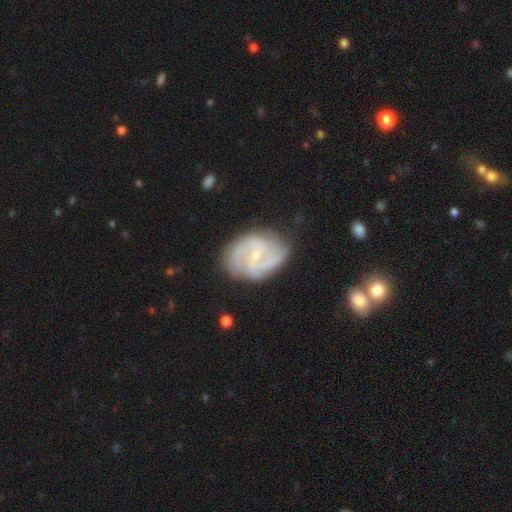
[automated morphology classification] Smooth or featured?
  - featured or disk: 86% *
  - smooth: 9%
  - star or artifact: 5%
Edge-on disk?
  - no: 97% *
  - yes: 3%
Bar?
  - weak: 52% *
  - no: 34%
  - strong: 14%
Spiral arms?
  - yes: 96% *
  - no: 4%
Spiral winding?
  - medium: 47% *
  - tight: 39%
  - loose: 14%
Spiral arm count?
  - 2: 58% *
  - 3: 16%
  - can't tell: 14%
  - 4: 5%
  - 1: 3%
  - more than 4: 3%
Bulge size?
  - small: 73% *
  - moderate: 23%
  - none: 2%
  - large: 1%
  - dominant: 1%
Merging?
  - none: 72% *
  - minor disturbance: 20%
  - major disturbance: 6%
  - merger: 2%